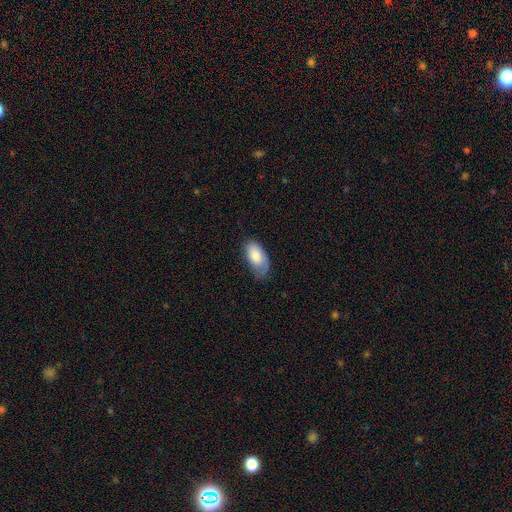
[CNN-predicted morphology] Smooth or featured? smooth (78%)
How rounded? in between (94%)
Merging? none (52%)